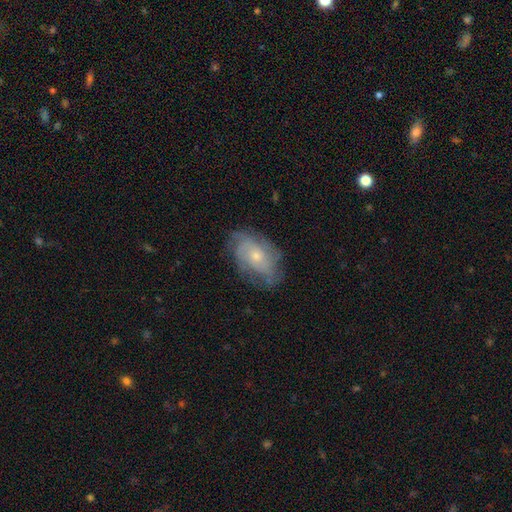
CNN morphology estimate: smooth-or-featured: featured or disk: 68% | smooth: 24% | star or artifact: 8%
  disk-edge-on: no: 95% | yes: 5%
    bar: no: 80% | weak: 18% | strong: 3%
    has-spiral-arms: yes: 86% | no: 14%
      spiral-winding: tight: 53% | medium: 34% | loose: 14%
      spiral-arm-count: can't tell: 47% | 2: 17% | 3: 16% | 4: 10% | more than 4: 5% | 1: 5%
    bulge-size: small: 61% | moderate: 34% | none: 2% | large: 2% | dominant: 1%
  merging: none: 70% | minor disturbance: 21% | major disturbance: 8% | merger: 1%